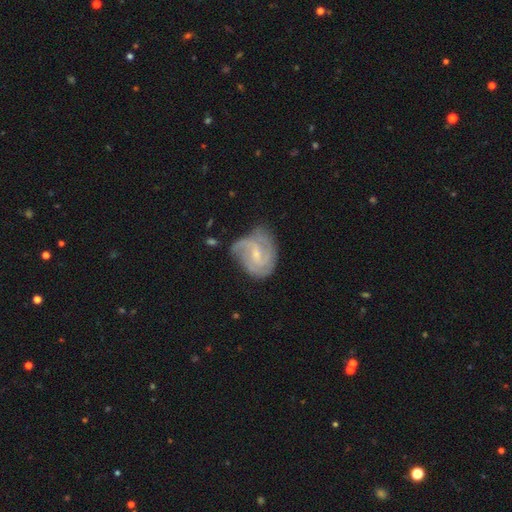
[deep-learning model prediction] A featured or disk galaxy (83%) with a weak bar (53%), 2 (34%) tight (45%) spiral arms (95%) and a small central bulge (57%). Merging: none (55%).